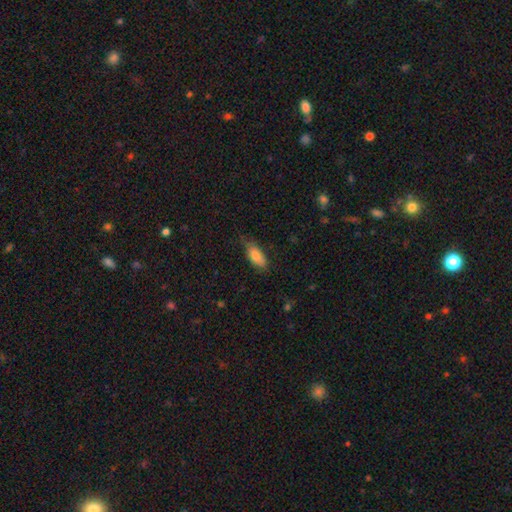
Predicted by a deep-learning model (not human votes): Morphology: type=smooth (81%); roundness=in between (81%); merging=none (67%).